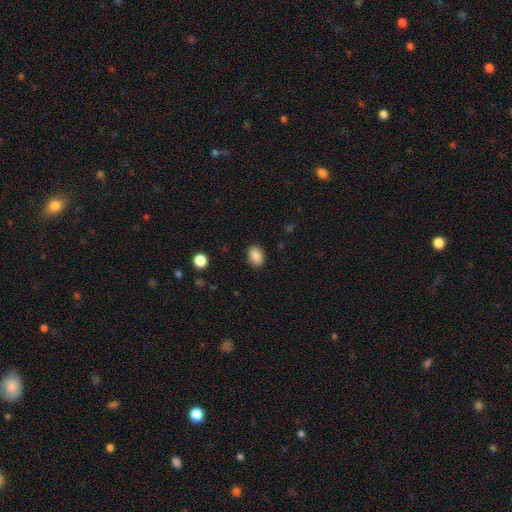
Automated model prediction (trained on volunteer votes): Overall: smooth (88%). How rounded: in between (77%). Merging: none (88%).